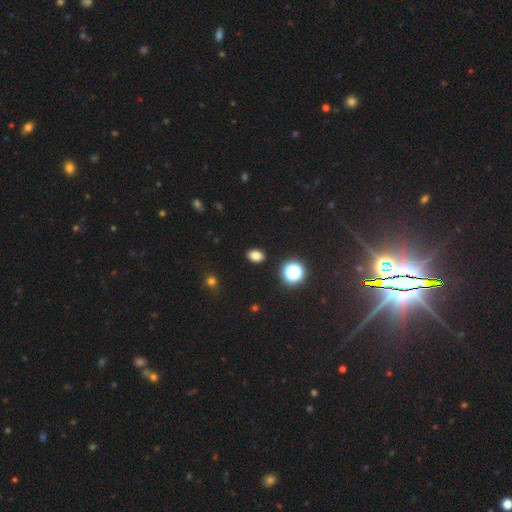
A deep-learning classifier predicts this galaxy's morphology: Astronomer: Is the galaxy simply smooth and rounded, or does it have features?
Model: smooth — 80%.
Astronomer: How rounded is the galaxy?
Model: in between — 72%.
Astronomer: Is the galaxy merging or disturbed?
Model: none — 89%.